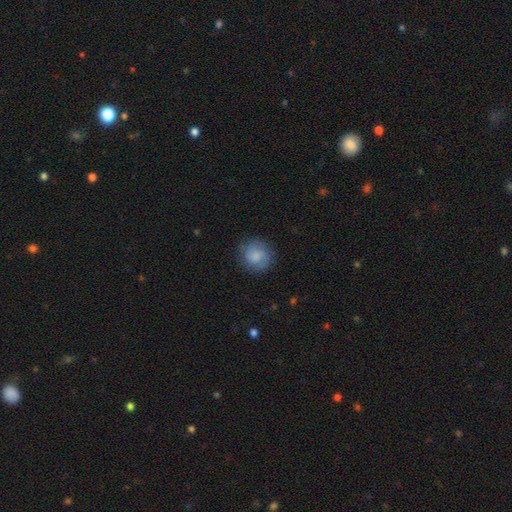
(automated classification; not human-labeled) A smooth galaxy with no disk features (70%) that is round (87%).

Vote fractions:
- Smooth or featured? smooth: 70% / featured or disk: 22% / star or artifact: 8%
- How rounded? round: 87% / in between: 12% / cigar-shaped: 1%
- Merging? none: 77% / minor disturbance: 16% / major disturbance: 6% / merger: 1%